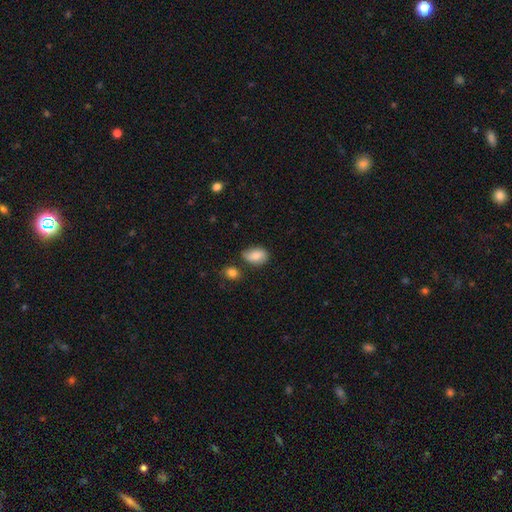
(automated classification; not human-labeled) This appears to be a smooth galaxy with no disk features (81%) that is in between round and cigar-shaped (83%). Merging: none (65%).